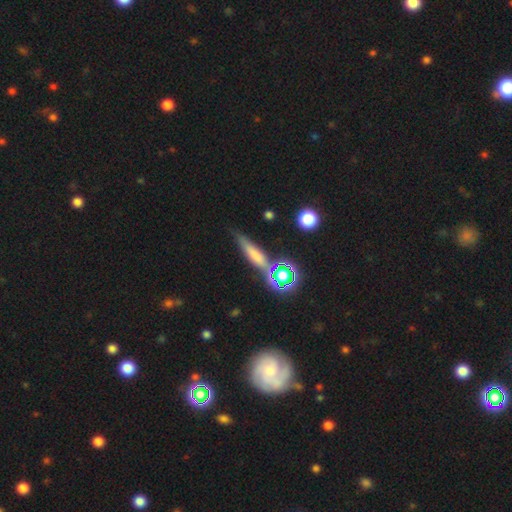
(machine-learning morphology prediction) This is possibly a smooth galaxy (51%). How rounded: likely cigar-shaped (72%). Merging: likely none (73%).